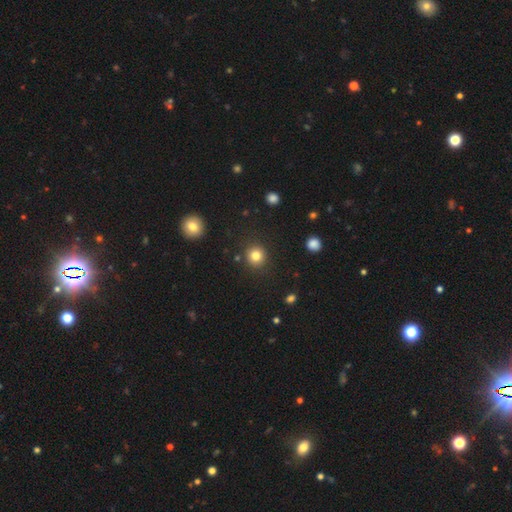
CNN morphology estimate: This appears to be a smooth galaxy with no disk features (82%) that is round (92%). Merging: none (89%).